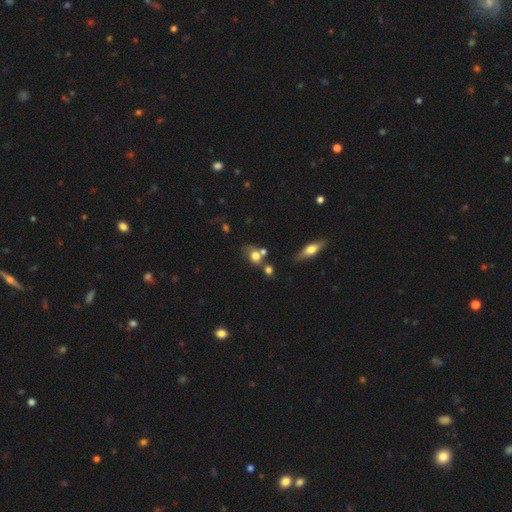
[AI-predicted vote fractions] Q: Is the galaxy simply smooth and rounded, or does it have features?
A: smooth — 72%.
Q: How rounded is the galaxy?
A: in between — 49%, tied with round.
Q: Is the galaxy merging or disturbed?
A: none — 45%.